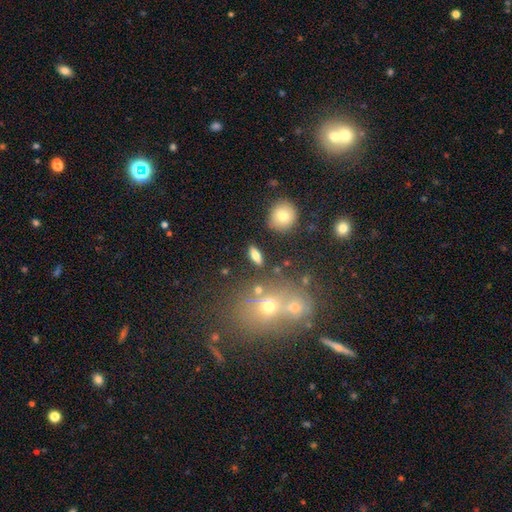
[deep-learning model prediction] Overall: smooth (71%). How rounded: in between (70%). Merging: none (81%).